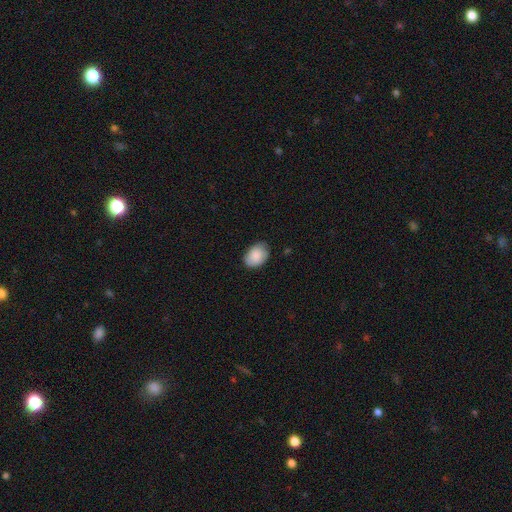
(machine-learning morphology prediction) A smooth galaxy with no disk features (83%) that is in between round and cigar-shaped (74%). Merging: none (74%).